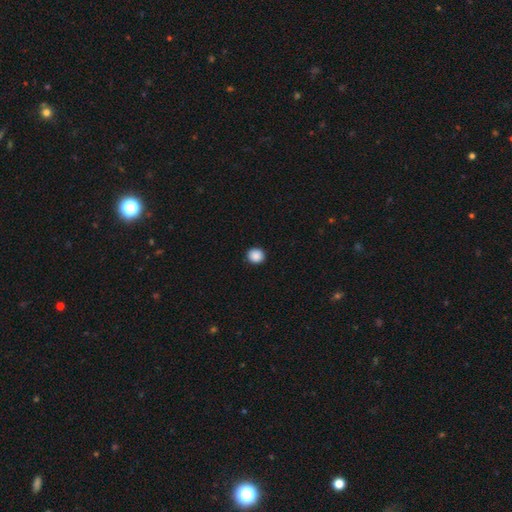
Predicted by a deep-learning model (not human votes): Smooth or featured? smooth (89%)
How rounded? round (87%)
Merging? none (92%)